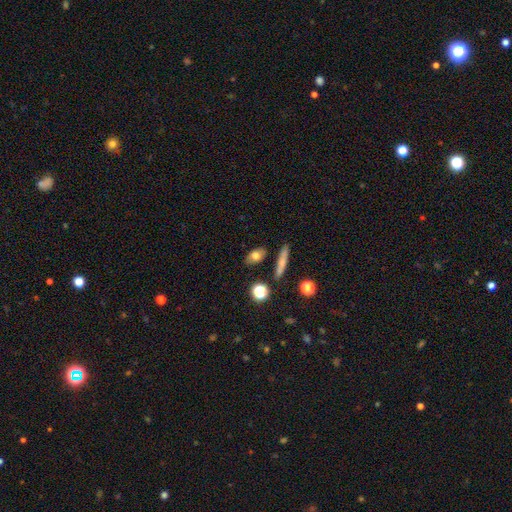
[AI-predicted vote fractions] smooth-or-featured: smooth: 70% | featured or disk: 19% | star or artifact: 11%
  how-rounded: in between: 73% | round: 17% | cigar-shaped: 10%
  merging: none: 79% | minor disturbance: 12% | merger: 5% | major disturbance: 3%